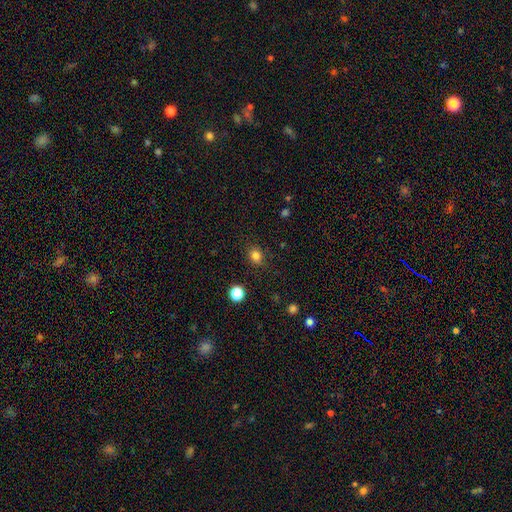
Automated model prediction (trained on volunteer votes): Smooth or featured? Predicted: smooth (p=0.81). How rounded? Predicted: round (p=0.58). Merging? Predicted: none (p=0.86).